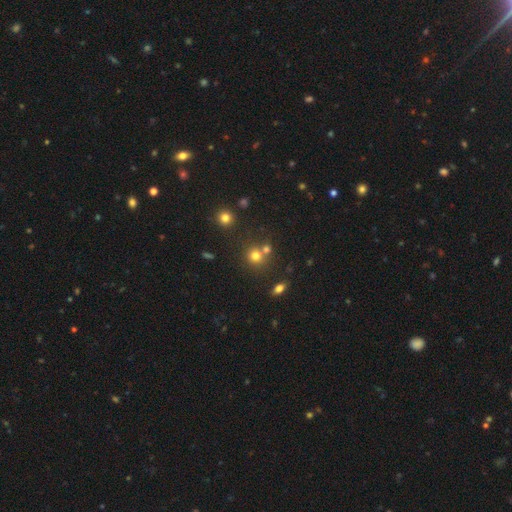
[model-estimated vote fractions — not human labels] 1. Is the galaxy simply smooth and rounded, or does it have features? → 73% smooth, 17% star or artifact, 10% featured or disk.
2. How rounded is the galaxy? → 87% round, 12% in between, 1% cigar-shaped.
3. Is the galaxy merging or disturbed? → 60% none, 28% merger, 8% minor disturbance, 3% major disturbance.